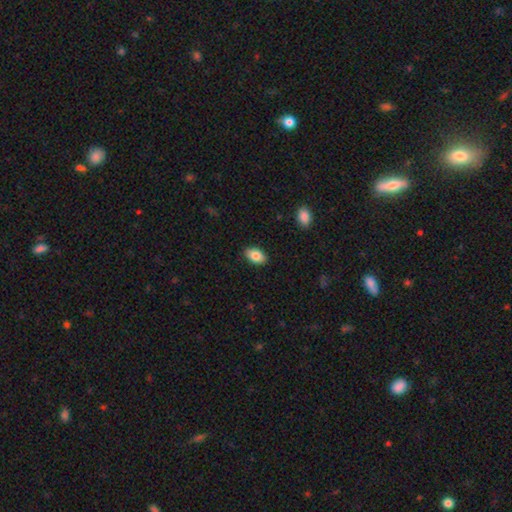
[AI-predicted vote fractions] The model was most divided on "smooth or featured": smooth: 84%, featured or disk: 9%, star or artifact: 7%. More confident: how rounded — in between (93%); merging — none (89%).